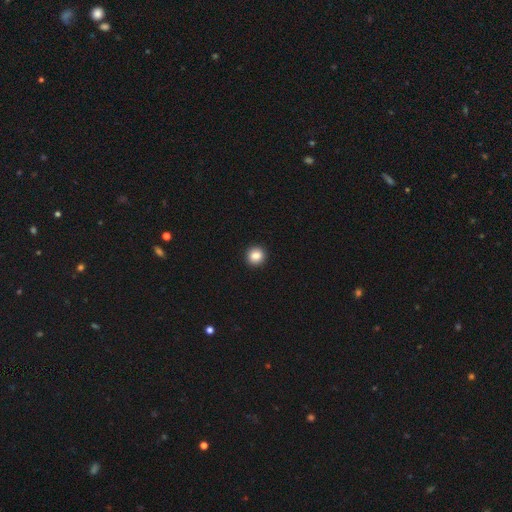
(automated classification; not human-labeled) The model was most divided on "smooth or featured": smooth: 87%, star or artifact: 9%, featured or disk: 4%. More confident: merging — none (93%); how rounded — round (91%).